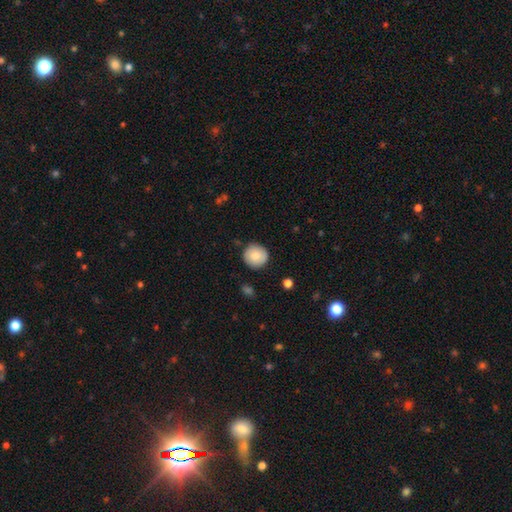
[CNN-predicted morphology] Overall: smooth (80%). How rounded: round (94%). Merging: none (88%).